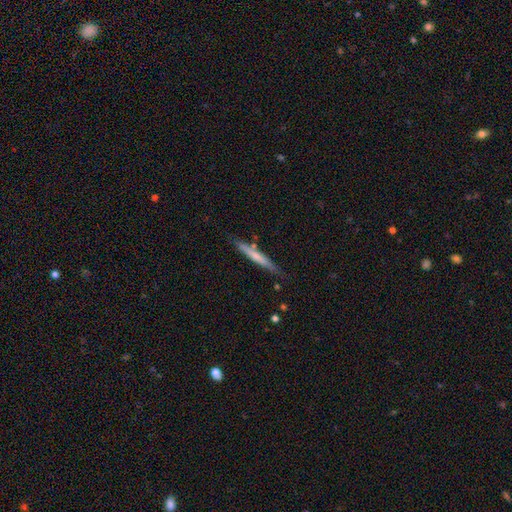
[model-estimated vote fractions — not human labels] smooth-or-featured: smooth: 55% | featured or disk: 39% | star or artifact: 6%
  how-rounded: cigar-shaped: 95% | in between: 3% | round: 1%
  merging: none: 78% | minor disturbance: 15% | merger: 4% | major disturbance: 3%